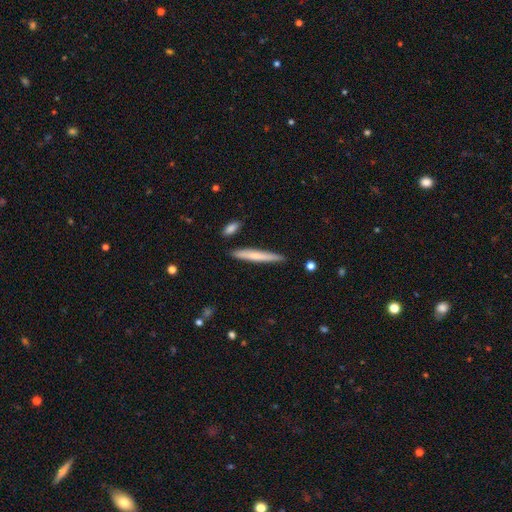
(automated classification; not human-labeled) The model was most divided on "smooth or featured": smooth: 63%, featured or disk: 32%, star or artifact: 6%. More confident: how rounded — cigar-shaped (95%); merging — none (87%).